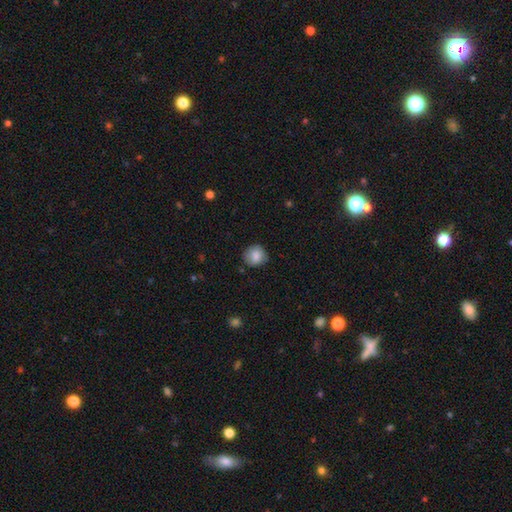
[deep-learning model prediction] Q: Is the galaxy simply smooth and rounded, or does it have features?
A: smooth — 85%.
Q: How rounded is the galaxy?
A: round — 86%.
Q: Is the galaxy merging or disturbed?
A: none — 81%.